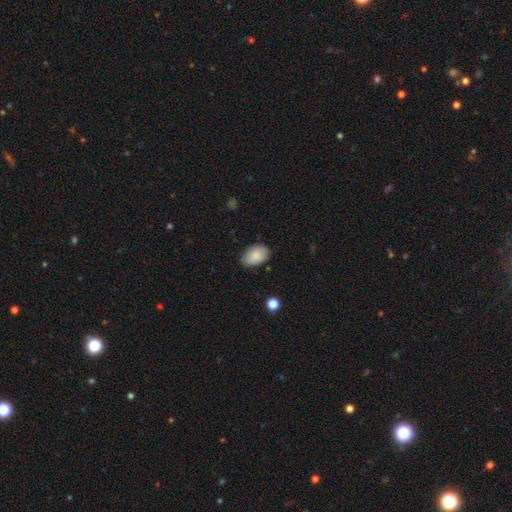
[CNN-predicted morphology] Q: Smooth or featured?
A: smooth (88%); runner-up: star or artifact (7%)
Q: How rounded?
A: in between (89%); runner-up: round (10%)
Q: Merging?
A: none (82%); runner-up: minor disturbance (14%)